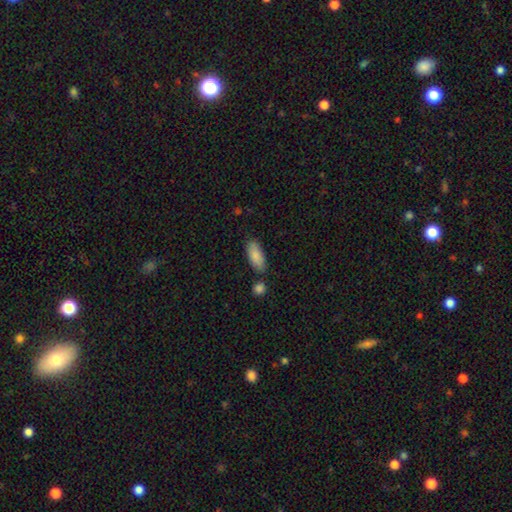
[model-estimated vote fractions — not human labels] A smooth galaxy with no disk features (87%) that is in between round and cigar-shaped (82%).

Vote fractions:
- Smooth or featured? smooth: 87% / featured or disk: 7% / star or artifact: 6%
- How rounded? in between: 82% / cigar-shaped: 16% / round: 2%
- Merging? none: 77% / minor disturbance: 13% / merger: 7% / major disturbance: 3%